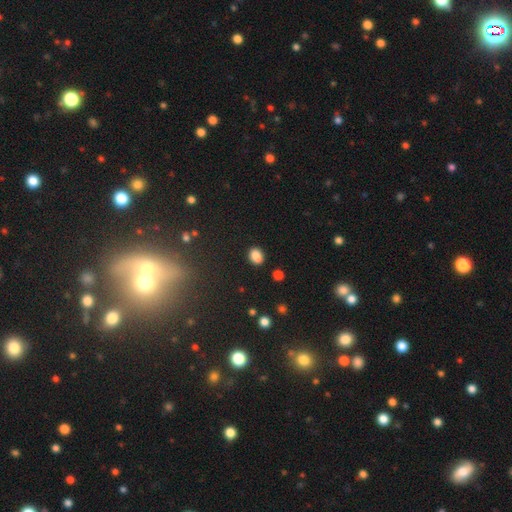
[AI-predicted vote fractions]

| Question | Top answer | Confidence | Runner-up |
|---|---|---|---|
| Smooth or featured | smooth | 86% | star or artifact (10%) |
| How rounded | in between | 63% | round (36%) |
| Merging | none | 86% | minor disturbance (10%) |